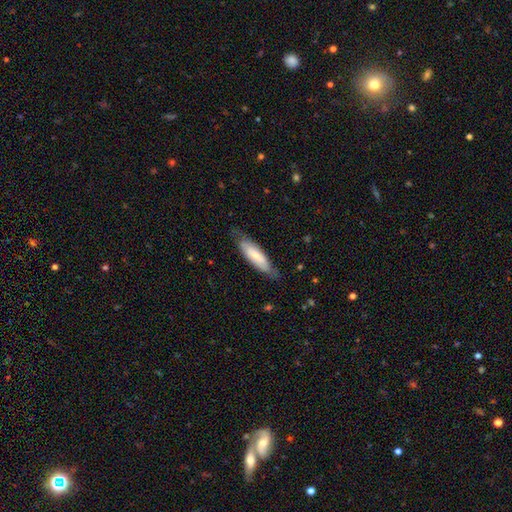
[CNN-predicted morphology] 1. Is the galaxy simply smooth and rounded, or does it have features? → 61% smooth, 33% featured or disk, 5% star or artifact.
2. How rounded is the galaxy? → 53% cigar-shaped, 46% in between, 1% round.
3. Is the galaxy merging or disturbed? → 70% none, 23% minor disturbance, 6% major disturbance, 1% merger.